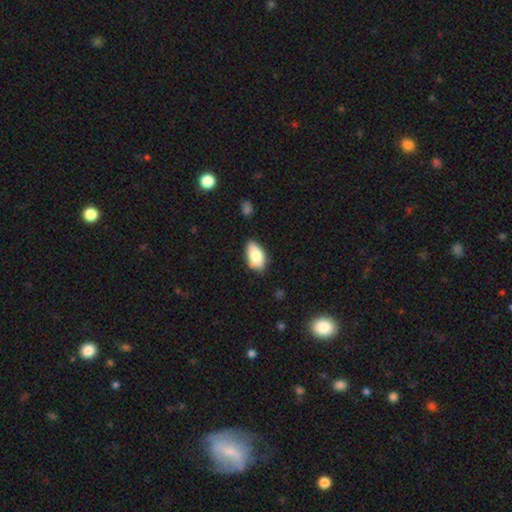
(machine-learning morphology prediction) A smooth galaxy with no disk features (78%) that is in between round and cigar-shaped (93%). Merging: none (70%).